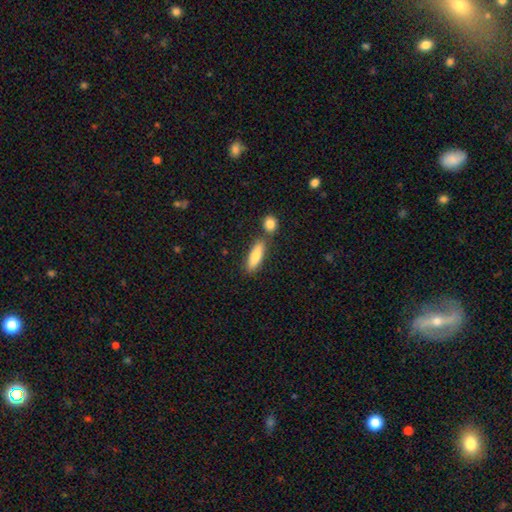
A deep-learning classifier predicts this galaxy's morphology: This appears to be a smooth galaxy with no disk features (80%) that is cigar-shaped (54%). Merging: none (74%).